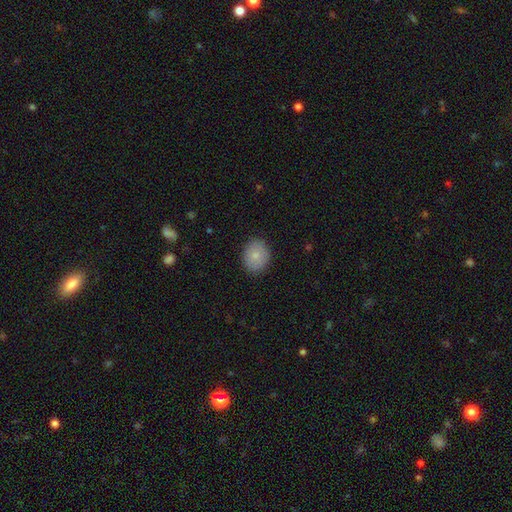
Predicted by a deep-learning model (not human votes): Smooth or featured? Predicted: smooth (p=0.82). How rounded? Predicted: round (p=0.53). Merging? Predicted: none (p=0.86).